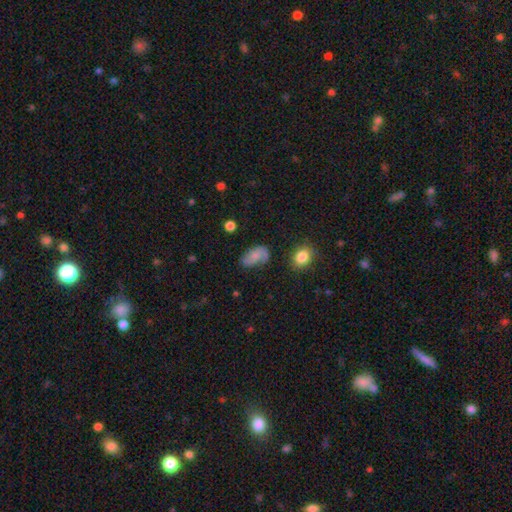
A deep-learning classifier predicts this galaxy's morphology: featured or disk 46%, smooth 45%, star or artifact 9%. Down the decision tree: merging — none (57%).